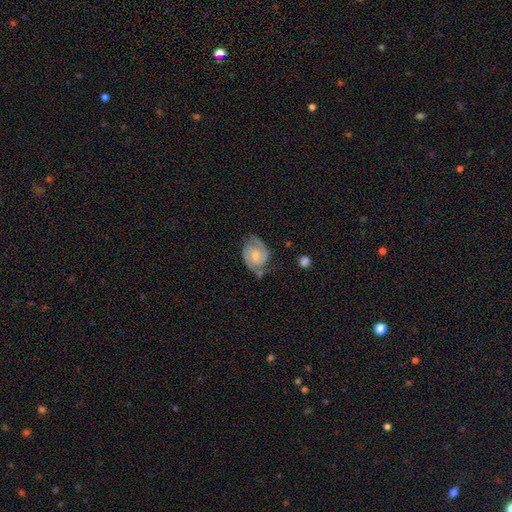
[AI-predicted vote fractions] Overall: featured or disk (80%). Edge-on disk: no (98%). Bar: no (48%; weak 43%). Spiral arms: yes (95%). Spiral arm count: 2 (86%). Spiral winding: tight (46%; medium 44%). Bulge size: moderate (46%; small 45%). Merging: none (62%; minor disturbance 24%).